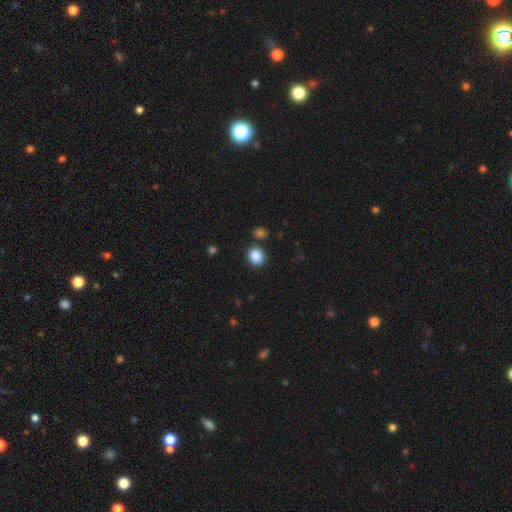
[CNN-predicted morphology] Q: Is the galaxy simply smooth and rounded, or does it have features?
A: smooth — 87%.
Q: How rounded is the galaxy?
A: round — 72%.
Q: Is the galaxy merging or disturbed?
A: none — 85%.